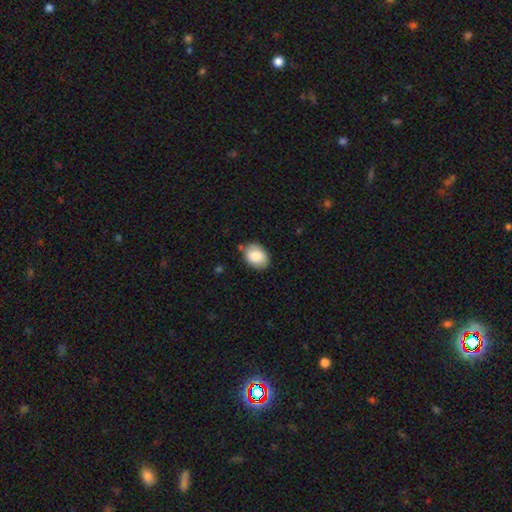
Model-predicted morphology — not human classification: Smooth or featured? Predicted: smooth (p=0.80). How rounded? Predicted: in between (p=0.68). Merging? Predicted: none (p=0.78).